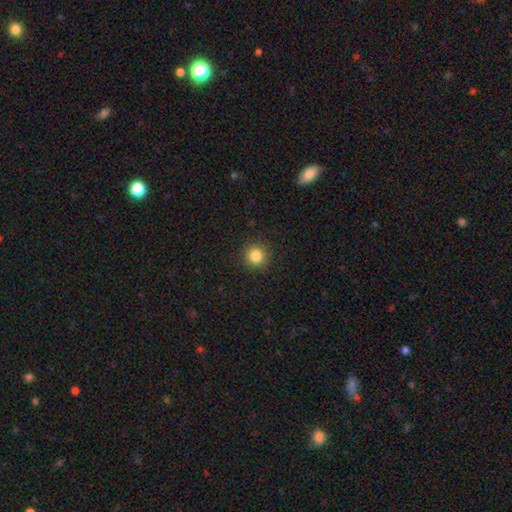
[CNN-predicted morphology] This appears to be a smooth galaxy with no disk features (84%) that is round (94%). Merging: none (92%).